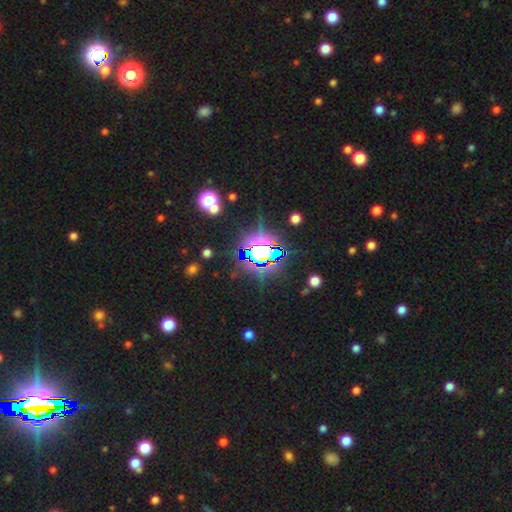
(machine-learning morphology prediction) A star or artifact, not a galaxy (77%).

Vote fractions:
- Smooth or featured? star or artifact: 77% / smooth: 12% / featured or disk: 11%